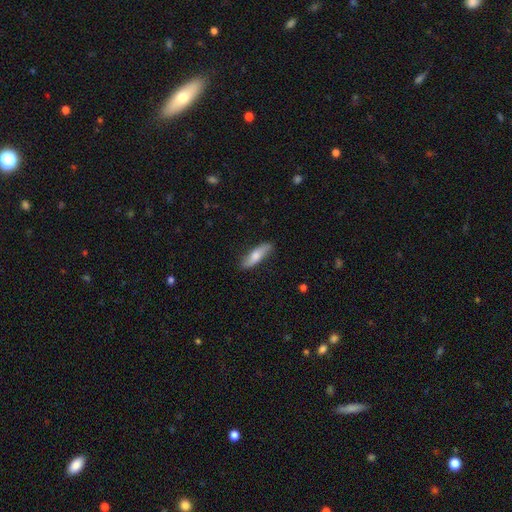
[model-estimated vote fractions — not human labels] Smooth or featured: smooth — 68% (featured or disk — 27%)
How rounded: cigar-shaped — 61% (in between — 37%)
Merging: none — 84% (minor disturbance — 13%)